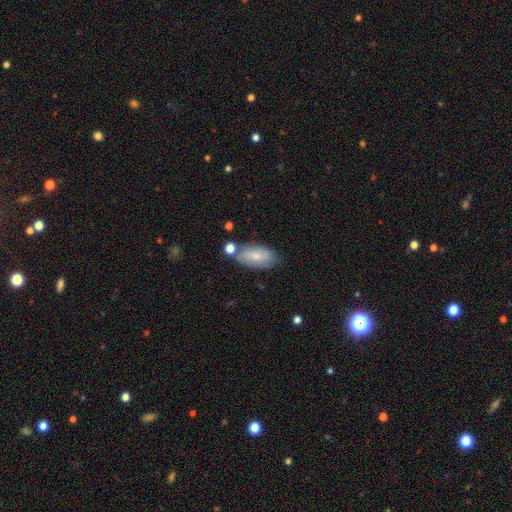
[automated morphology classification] smooth_or_featured: smooth (p=0.67) [alt: featured or disk p=0.26]
how_rounded: in between (p=0.90) [alt: cigar-shaped p=0.06]
merging: none (p=0.63) [alt: minor disturbance p=0.21]